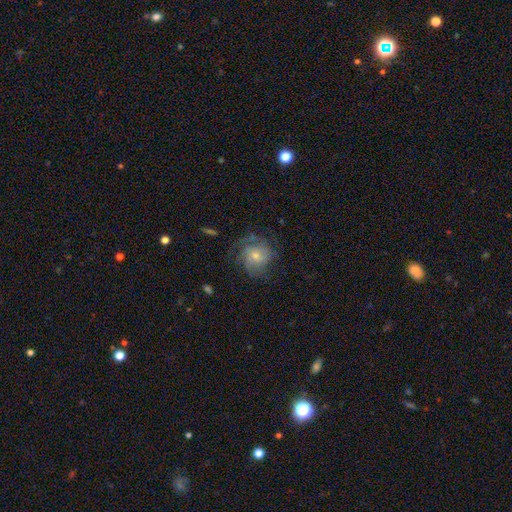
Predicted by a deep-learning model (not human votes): Smooth or featured: featured or disk — 56% (smooth — 35%)
Edge-on disk: no — 97% (yes — 3%)
Bar: no — 75% (weak — 22%)
Spiral arms: yes — 82% (no — 18%)
Bulge size: small — 58% (moderate — 36%)
Merging: none — 57% (minor disturbance — 23%)